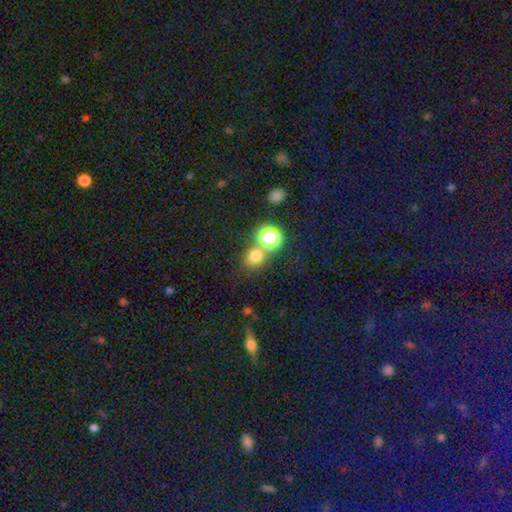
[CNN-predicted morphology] A smooth galaxy with no disk features (68%) that is round (75%).

Vote fractions:
- Smooth or featured? smooth: 68% / star or artifact: 25% / featured or disk: 7%
- How rounded? round: 75% / in between: 24% / cigar-shaped: 1%
- Merging? none: 64% / merger: 24% / minor disturbance: 9% / major disturbance: 4%